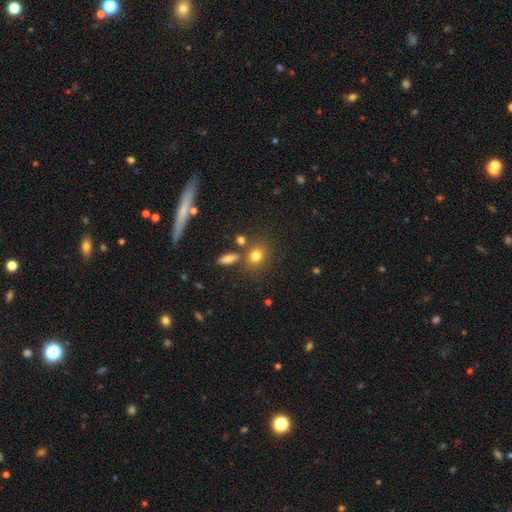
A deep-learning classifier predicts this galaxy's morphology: This is likely a smooth galaxy (77%). How rounded: possibly round (59%). Merging: likely none (70%).